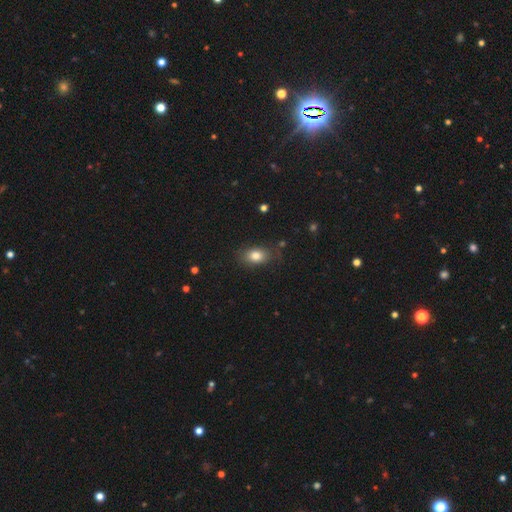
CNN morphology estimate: This appears to be a smooth galaxy with no disk features (81%) that is in between round and cigar-shaped (79%). Merging: none (77%).